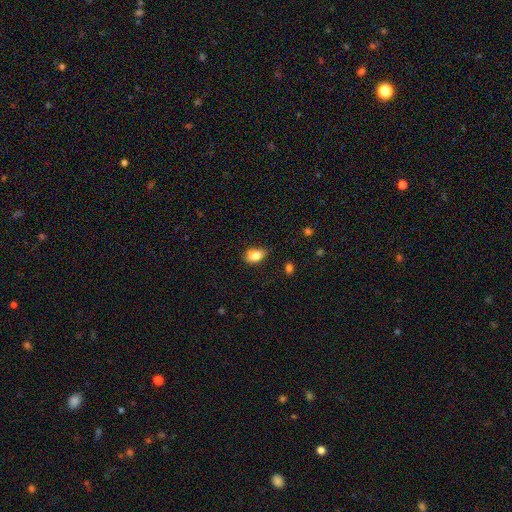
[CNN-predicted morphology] smooth-or-featured: smooth: 84% | star or artifact: 9% | featured or disk: 7%
  how-rounded: in between: 85% | round: 13% | cigar-shaped: 2%
  merging: none: 67% | minor disturbance: 26% | major disturbance: 5% | merger: 2%